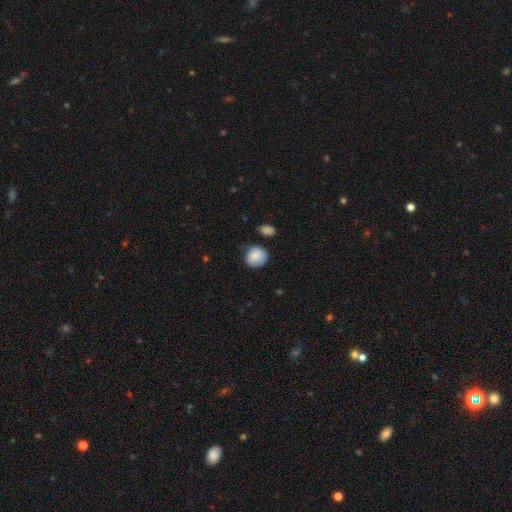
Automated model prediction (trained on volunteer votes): A smooth galaxy with no disk features (84%) that is round (79%). Merging: none (59%).